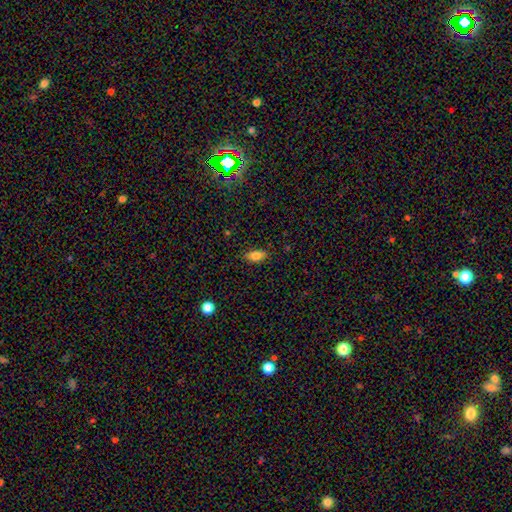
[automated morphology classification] This is clearly a smooth galaxy (82%). How rounded: clearly in between (87%). Merging: clearly none (85%).